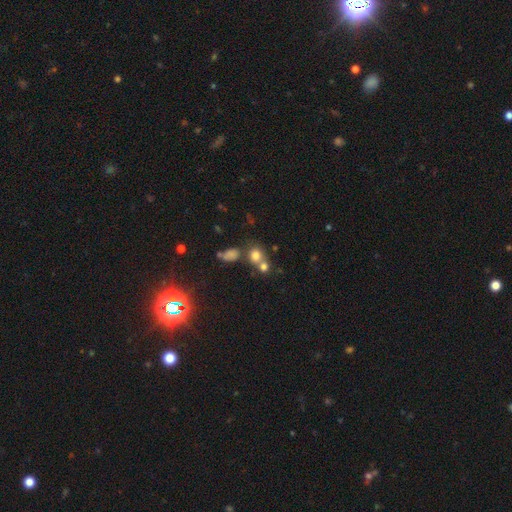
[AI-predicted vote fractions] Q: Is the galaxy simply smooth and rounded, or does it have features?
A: smooth — 73%.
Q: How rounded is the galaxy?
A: round — 76%.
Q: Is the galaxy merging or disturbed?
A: none — 46%.